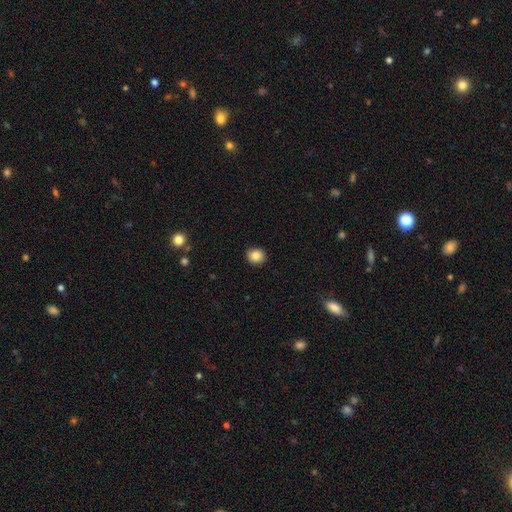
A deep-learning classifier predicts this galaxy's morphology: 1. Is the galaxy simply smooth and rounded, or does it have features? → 83% smooth, 10% star or artifact, 7% featured or disk.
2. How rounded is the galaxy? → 79% round, 20% in between, 1% cigar-shaped.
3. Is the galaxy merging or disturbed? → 88% none, 9% minor disturbance, 2% major disturbance, 1% merger.